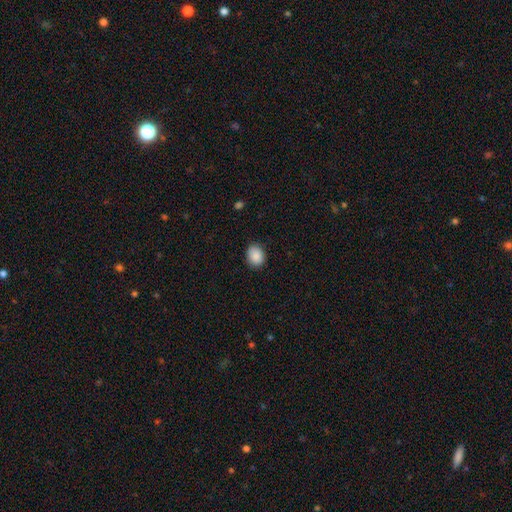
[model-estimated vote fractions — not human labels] Smooth or featured?
  - smooth: 89% *
  - star or artifact: 8%
  - featured or disk: 3%
How rounded?
  - round: 54% *
  - in between: 45%
  - cigar-shaped: 1%
Merging?
  - none: 87% *
  - minor disturbance: 10%
  - major disturbance: 2%
  - merger: 1%